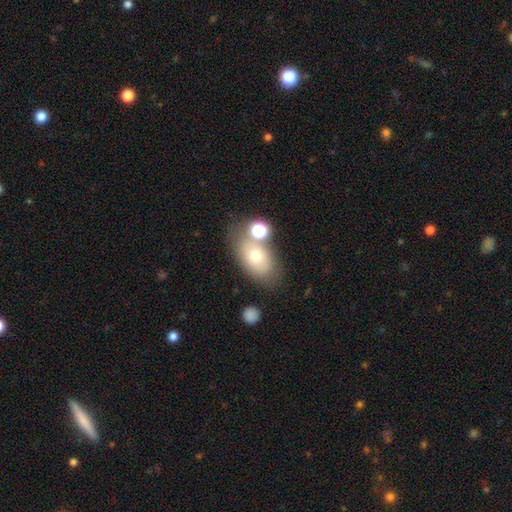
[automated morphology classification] Q: Smooth or featured?
A: smooth (68%); runner-up: featured or disk (21%)
Q: How rounded?
A: in between (84%); runner-up: round (14%)
Q: Merging?
A: none (57%); runner-up: merger (20%)